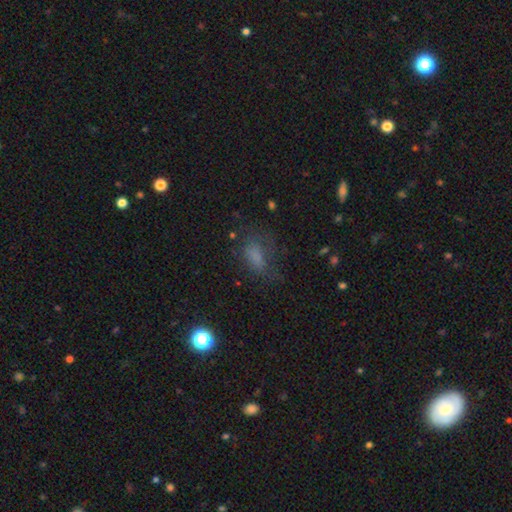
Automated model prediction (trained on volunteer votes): A smooth galaxy with no disk features (65%) that is in between round and cigar-shaped (80%).

Vote fractions:
- Smooth or featured? smooth: 65% / star or artifact: 19% / featured or disk: 17%
- How rounded? in between: 80% / round: 12% / cigar-shaped: 8%
- Merging? none: 52% / minor disturbance: 23% / major disturbance: 23% / merger: 2%